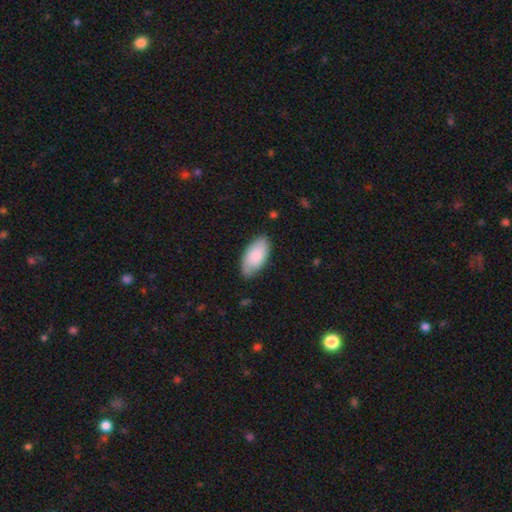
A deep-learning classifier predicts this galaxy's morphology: A smooth galaxy with no disk features (80%) that is in between round and cigar-shaped (94%). Merging: none (78%).